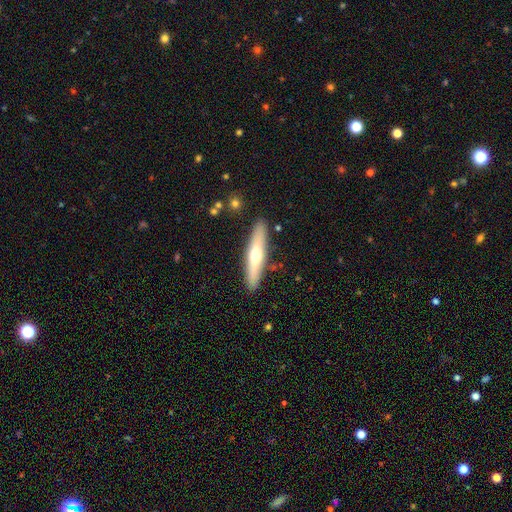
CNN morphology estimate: A smooth galaxy with no disk features (48%).

Vote fractions:
- Smooth or featured? smooth: 48% / featured or disk: 46% / star or artifact: 5%
- Merging? none: 88% / minor disturbance: 8% / major disturbance: 2% / merger: 2%